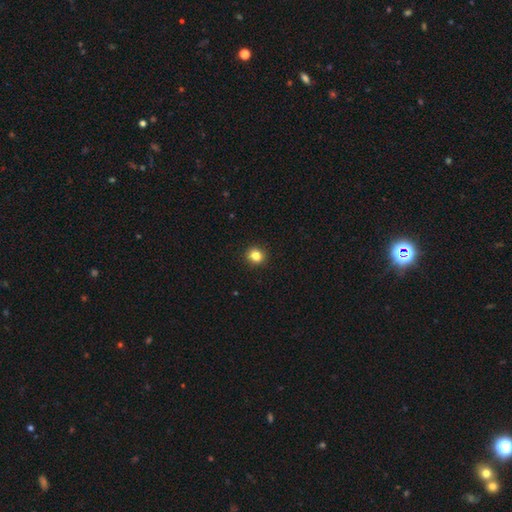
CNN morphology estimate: Smooth or featured: smooth — 84% (star or artifact — 12%)
How rounded: round — 88% (in between — 11%)
Merging: none — 92% (minor disturbance — 5%)